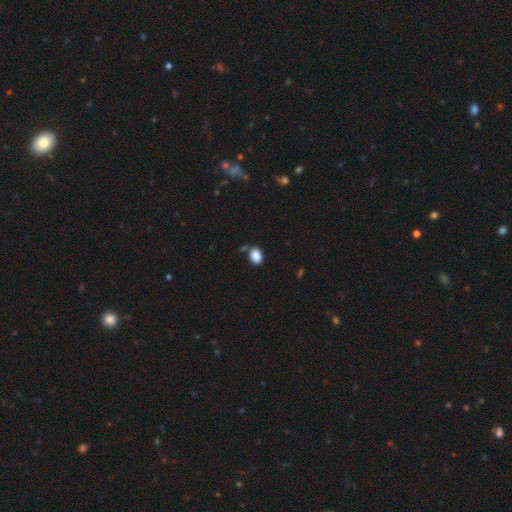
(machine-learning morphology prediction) This appears to be a smooth galaxy with no disk features (87%) that is in between round and cigar-shaped (74%). Merging: none (72%).